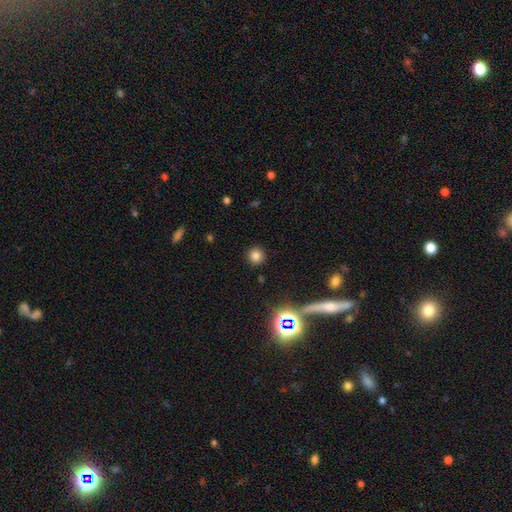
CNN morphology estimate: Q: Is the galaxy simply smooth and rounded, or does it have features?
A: smooth — 79%.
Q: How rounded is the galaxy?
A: round — 94%.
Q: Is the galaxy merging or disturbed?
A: none — 91%.